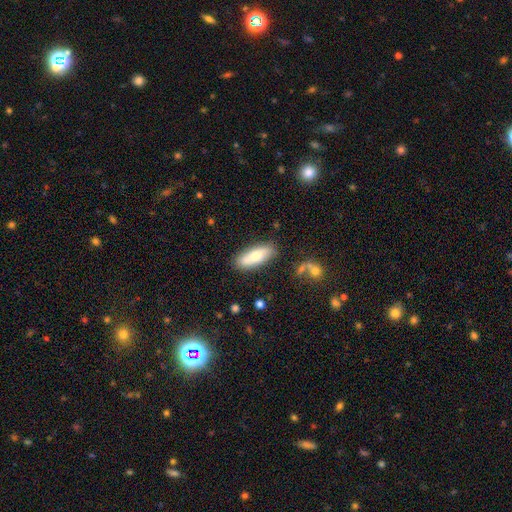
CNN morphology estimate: smooth-or-featured: smooth: 66% | featured or disk: 27% | star or artifact: 6%
  how-rounded: in between: 70% | cigar-shaped: 27% | round: 2%
  merging: none: 81% | minor disturbance: 12% | merger: 4% | major disturbance: 3%